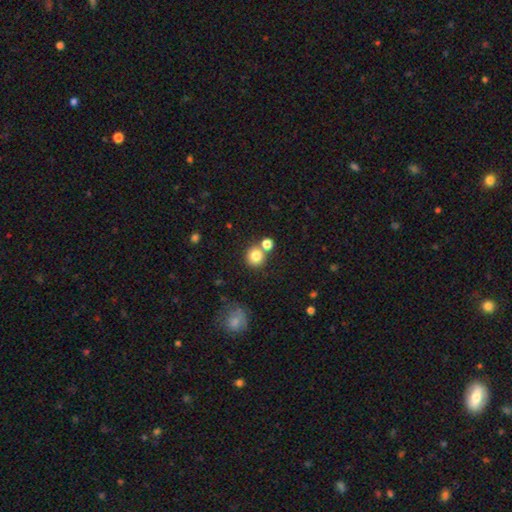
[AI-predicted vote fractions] Q: Smooth or featured?
A: smooth (82%); runner-up: star or artifact (11%)
Q: How rounded?
A: round (89%); runner-up: in between (10%)
Q: Merging?
A: none (66%); runner-up: merger (23%)